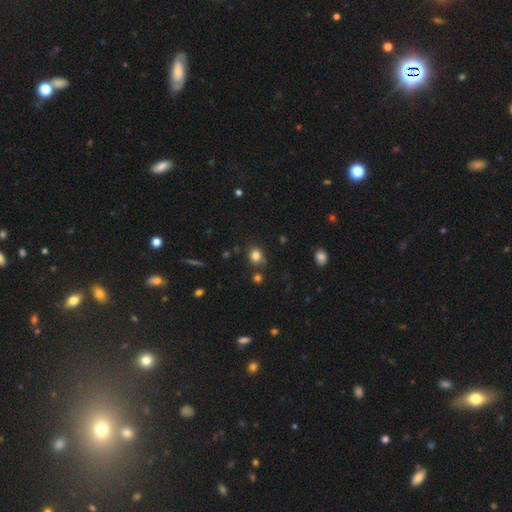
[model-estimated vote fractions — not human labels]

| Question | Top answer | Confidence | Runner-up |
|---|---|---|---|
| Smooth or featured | smooth | 81% | star or artifact (13%) |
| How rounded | round | 77% | in between (22%) |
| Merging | none | 79% | minor disturbance (11%) |